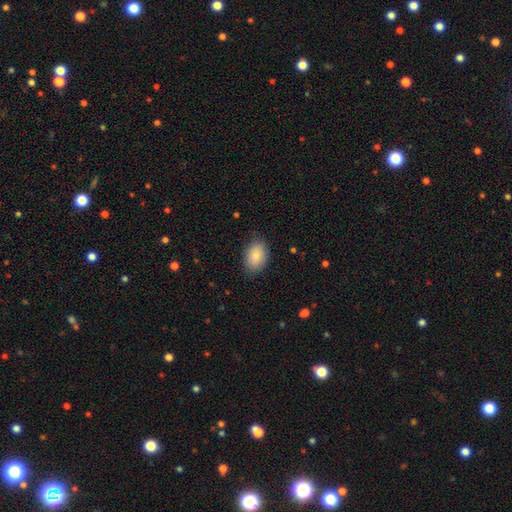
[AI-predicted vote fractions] smooth-or-featured: smooth: 83% | featured or disk: 10% | star or artifact: 7%
  how-rounded: in between: 83% | round: 16% | cigar-shaped: 1%
  merging: none: 84% | minor disturbance: 12% | major disturbance: 3% | merger: 1%